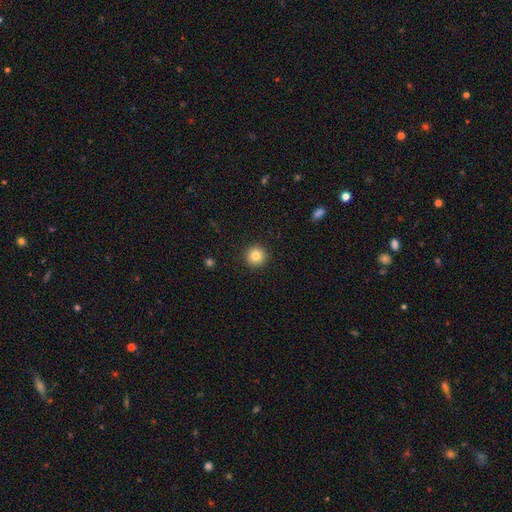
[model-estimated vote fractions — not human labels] Smooth or featured?
  - smooth: 83% *
  - star or artifact: 10%
  - featured or disk: 7%
How rounded?
  - round: 95% *
  - in between: 4%
  - cigar-shaped: 1%
Merging?
  - none: 93% *
  - minor disturbance: 5%
  - major disturbance: 2%
  - merger: 1%